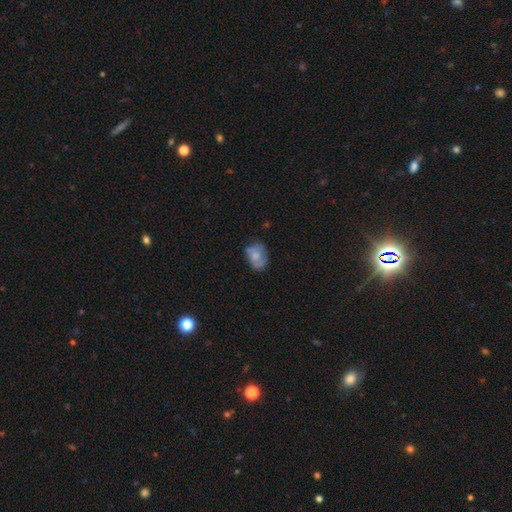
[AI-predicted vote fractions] The model was most divided on "merging": none: 54%, minor disturbance: 30%, major disturbance: 13%, merger: 3%. More confident: how rounded — in between (71%); smooth or featured — smooth (61%).